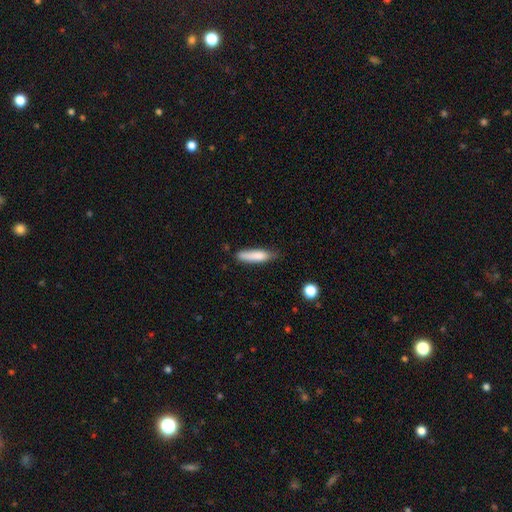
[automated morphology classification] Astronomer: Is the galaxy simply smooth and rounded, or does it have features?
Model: smooth — 81%.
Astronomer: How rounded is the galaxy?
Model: cigar-shaped — 74%.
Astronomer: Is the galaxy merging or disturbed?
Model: none — 62%.